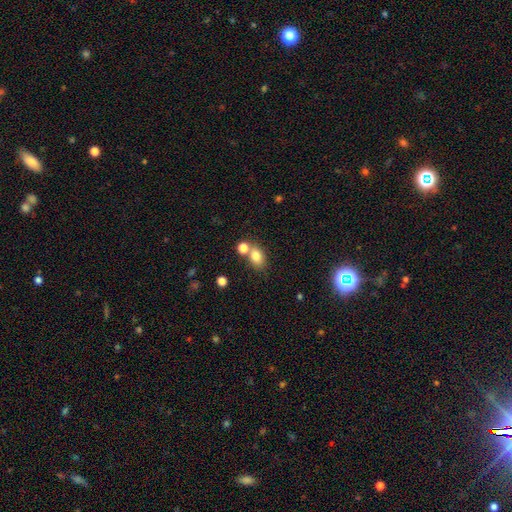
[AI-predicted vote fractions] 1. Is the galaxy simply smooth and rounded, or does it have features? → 80% smooth, 11% star or artifact, 9% featured or disk.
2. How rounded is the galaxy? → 69% in between, 29% round, 1% cigar-shaped.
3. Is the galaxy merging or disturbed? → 56% none, 29% merger, 11% minor disturbance, 4% major disturbance.